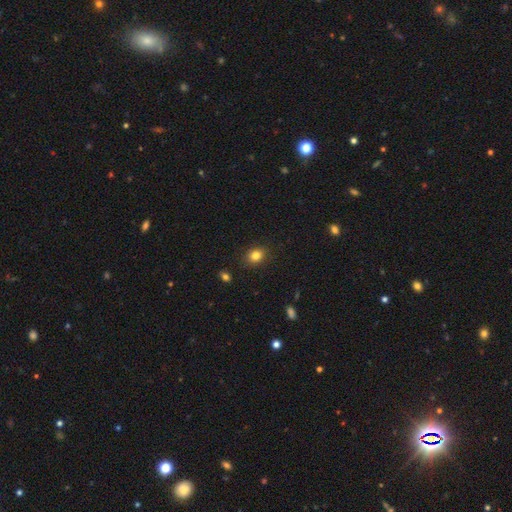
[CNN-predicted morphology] Smooth or featured?
  - smooth: 83% *
  - star or artifact: 11%
  - featured or disk: 6%
How rounded?
  - round: 49% * (tied)
  - in between: 49% * (tied)
  - cigar-shaped: 1%
Merging?
  - none: 88% *
  - minor disturbance: 9%
  - major disturbance: 2%
  - merger: 1%